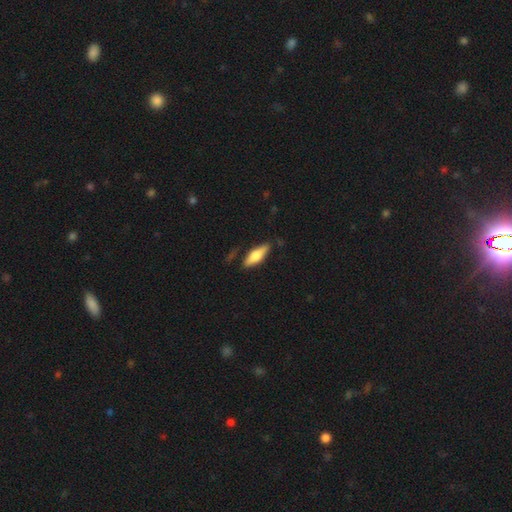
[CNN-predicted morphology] smooth-or-featured: smooth: 58% | featured or disk: 36% | star or artifact: 6%
  how-rounded: in between: 51% | cigar-shaped: 46% | round: 2%
  merging: none: 80% | minor disturbance: 15% | major disturbance: 3% | merger: 2%